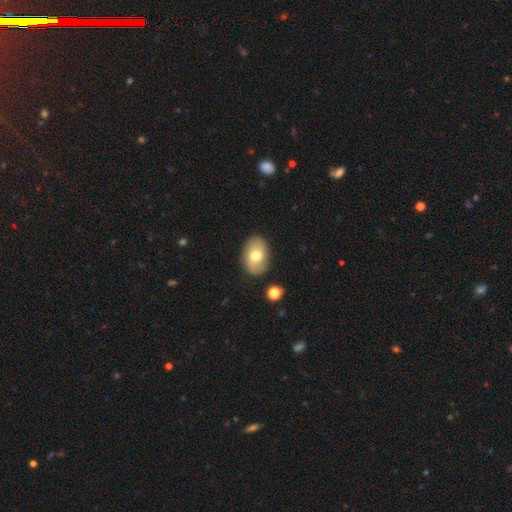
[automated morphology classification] Smooth or featured? Predicted: smooth (p=0.67). How rounded? Predicted: in between (p=0.82). Merging? Predicted: none (p=0.85).